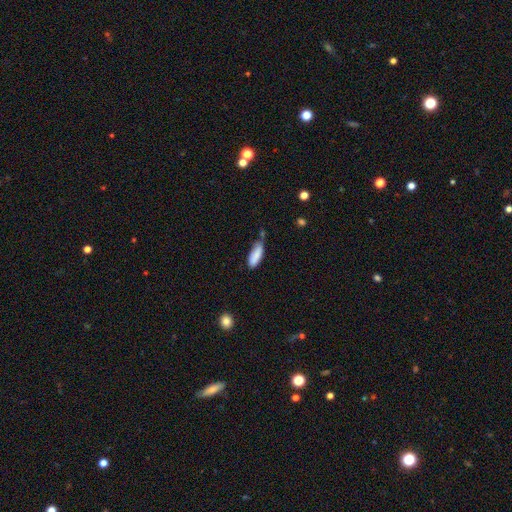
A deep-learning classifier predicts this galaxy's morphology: Overall: smooth (86%). How rounded: in between (65%; cigar-shaped 33%). Merging: none (43%; minor disturbance 38%).